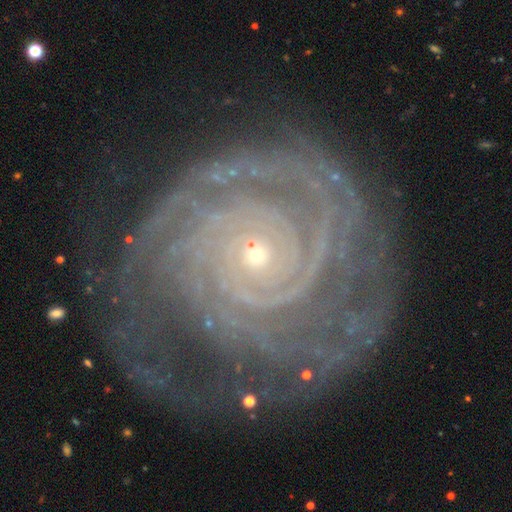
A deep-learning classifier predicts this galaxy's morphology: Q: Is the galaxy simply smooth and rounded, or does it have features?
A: featured or disk — 89%.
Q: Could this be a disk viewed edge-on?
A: no — 98%.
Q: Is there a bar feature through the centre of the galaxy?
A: no — 78%.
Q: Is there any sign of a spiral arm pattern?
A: yes — 98%.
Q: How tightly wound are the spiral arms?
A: tight — 86%.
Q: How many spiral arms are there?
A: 2 — 27%.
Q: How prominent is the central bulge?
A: small — 81%.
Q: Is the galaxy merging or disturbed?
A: none — 73%.